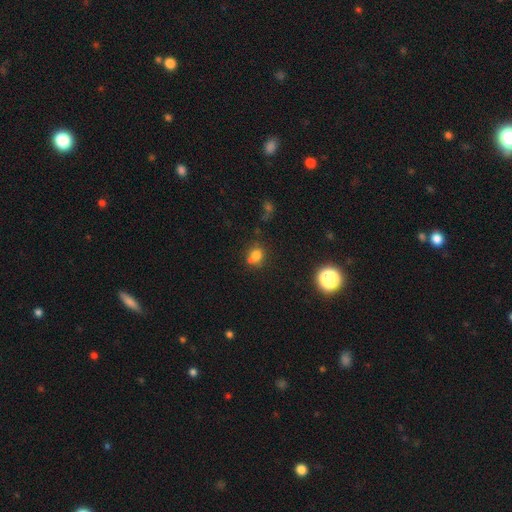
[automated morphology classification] Smooth or featured: smooth — 73% (star or artifact — 16%)
How rounded: round — 60% (in between — 39%)
Merging: none — 53% (merger — 21%)